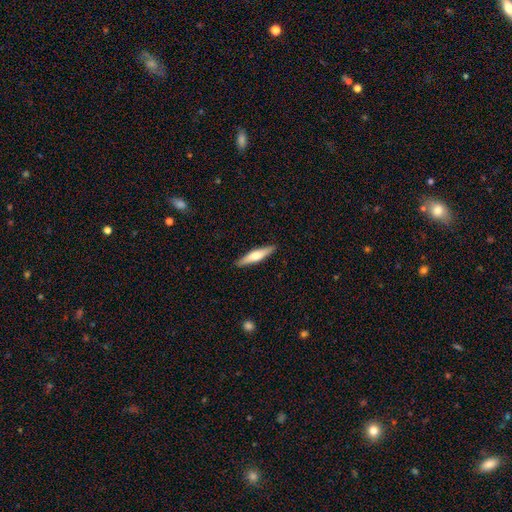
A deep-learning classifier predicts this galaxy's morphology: Smooth or featured?
  - smooth: 49% *
  - featured or disk: 46%
  - star or artifact: 5%
Merging?
  - none: 90% *
  - minor disturbance: 7%
  - major disturbance: 1%
  - merger: 1%